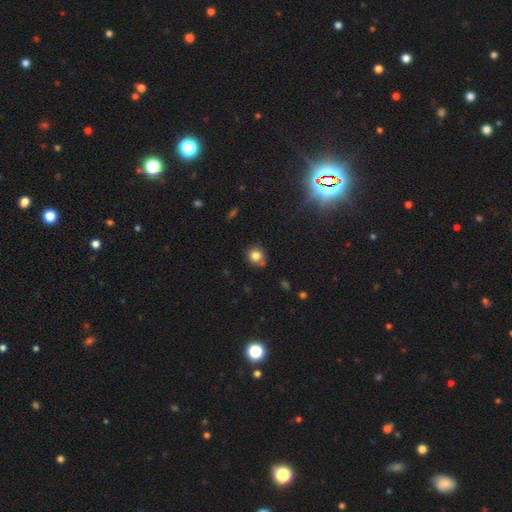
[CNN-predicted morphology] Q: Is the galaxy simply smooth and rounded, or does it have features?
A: smooth — 81%.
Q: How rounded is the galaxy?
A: round — 88%.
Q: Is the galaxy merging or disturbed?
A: none — 72%.